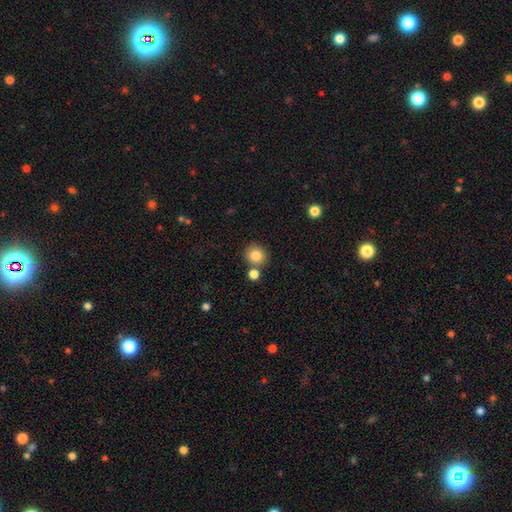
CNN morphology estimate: This is clearly a smooth galaxy (83%). How rounded: clearly round (87%). Merging: likely none (74%).